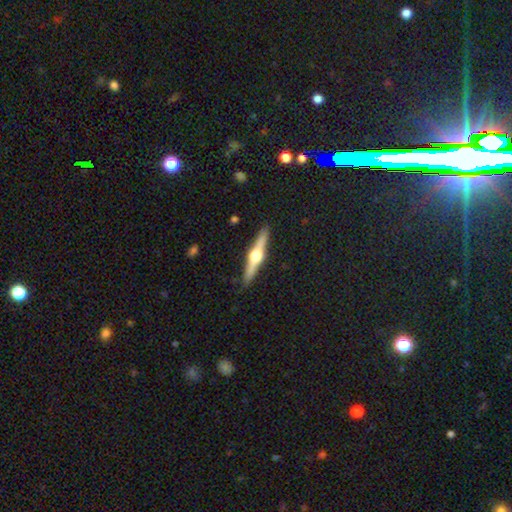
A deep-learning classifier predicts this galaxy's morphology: smooth_or_featured: featured or disk (p=0.77) [alt: smooth p=0.18]
disk_edge_on: yes (p=0.98) [alt: no p=0.02]
edge_on_bulge: rounded (p=0.96) [alt: boxy p=0.03]
merging: none (p=0.91) [alt: minor disturbance p=0.07]